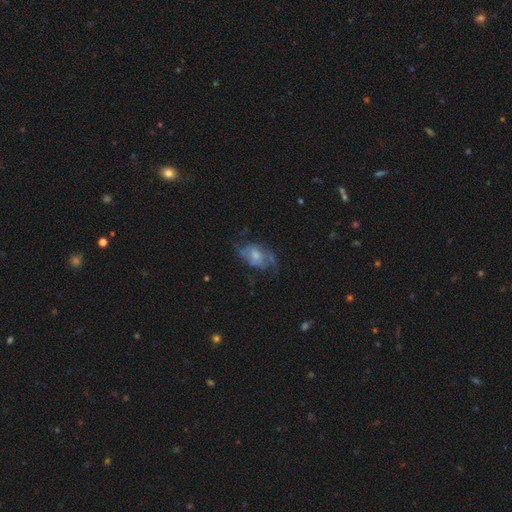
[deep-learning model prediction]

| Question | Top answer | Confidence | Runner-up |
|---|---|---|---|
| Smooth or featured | featured or disk | 59% | smooth (33%) |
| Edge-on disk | no | 95% | yes (5%) |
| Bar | no | 73% | weak (23%) |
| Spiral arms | yes | 62% | no (38%) |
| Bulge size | moderate | 49% | small (32%) |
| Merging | none | 46% | minor disturbance (27%) |